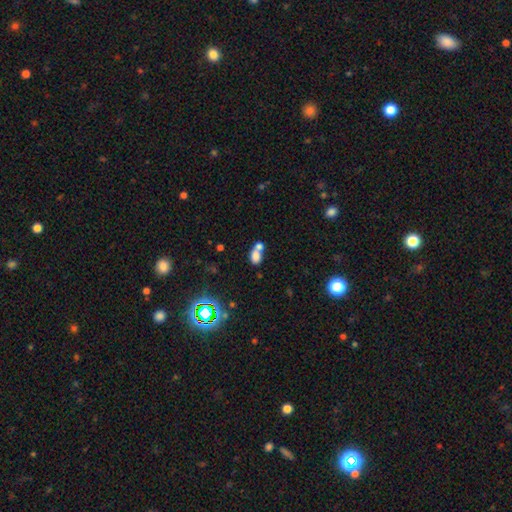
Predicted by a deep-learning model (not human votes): smooth 73%, star or artifact 14%, featured or disk 13%. Down the decision tree: how rounded — in between (71%); merging — merger (63%).